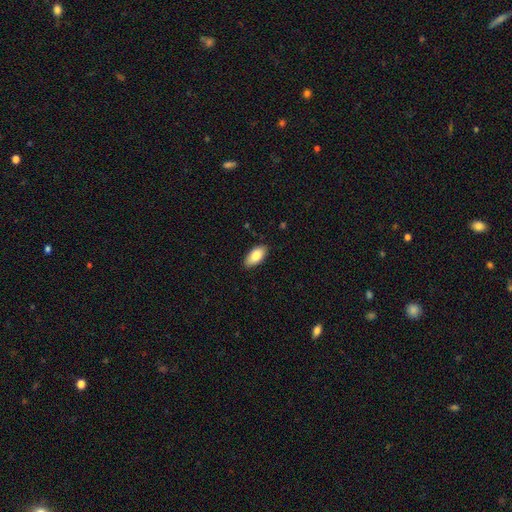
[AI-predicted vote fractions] Smooth or featured?
  - smooth: 83% *
  - featured or disk: 11%
  - star or artifact: 6%
How rounded?
  - in between: 92% *
  - cigar-shaped: 5%
  - round: 2%
Merging?
  - none: 87% *
  - minor disturbance: 10%
  - major disturbance: 2%
  - merger: 1%